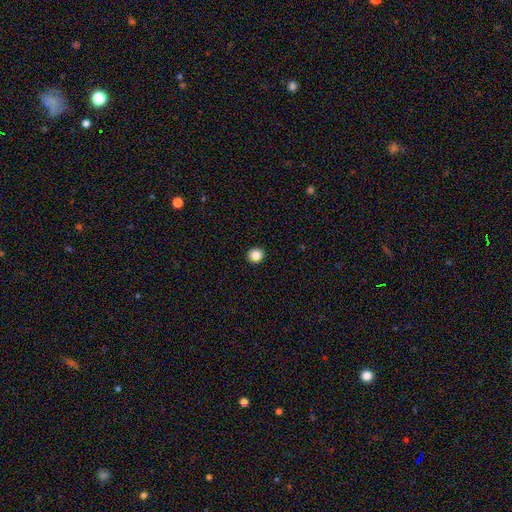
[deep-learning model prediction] smooth_or_featured: smooth (p=0.86) [alt: star or artifact p=0.11]
how_rounded: round (p=0.90) [alt: in between p=0.09]
merging: none (p=0.93) [alt: minor disturbance p=0.05]